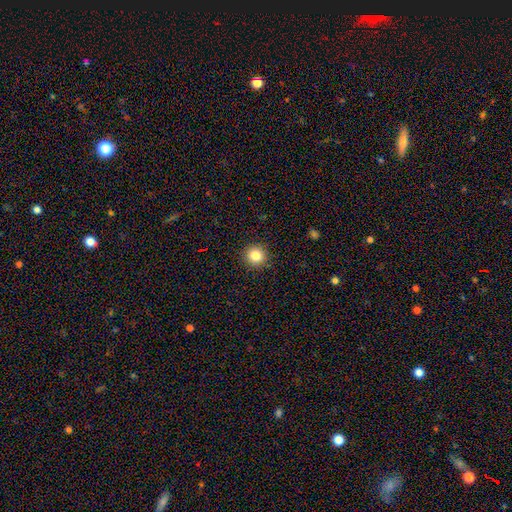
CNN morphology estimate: smooth-or-featured: smooth: 83% | star or artifact: 11% | featured or disk: 6%
  how-rounded: round: 93% | in between: 6% | cigar-shaped: 1%
  merging: none: 91% | minor disturbance: 6% | major disturbance: 2% | merger: 1%